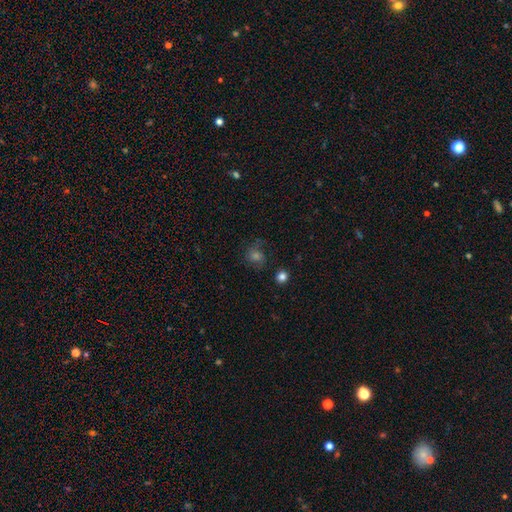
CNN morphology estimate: Smooth or featured?
  - smooth: 42% *
  - featured or disk: 32%
  - star or artifact: 26%
Merging?
  - none: 69% *
  - minor disturbance: 17%
  - major disturbance: 12%
  - merger: 2%